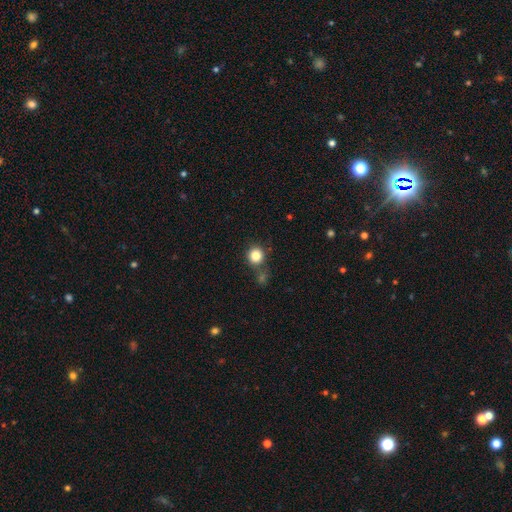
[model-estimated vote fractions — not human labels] A smooth galaxy with no disk features (84%) that is round (92%). Merging: none (71%).